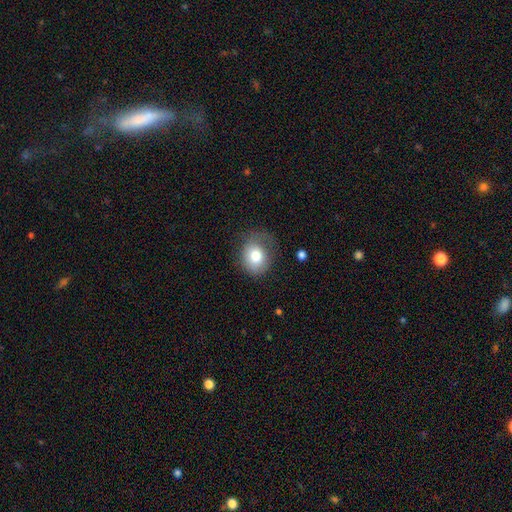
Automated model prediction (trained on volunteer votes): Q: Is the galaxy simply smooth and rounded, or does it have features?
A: smooth — 76%.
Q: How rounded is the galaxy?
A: round — 65%.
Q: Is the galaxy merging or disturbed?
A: none — 55%.